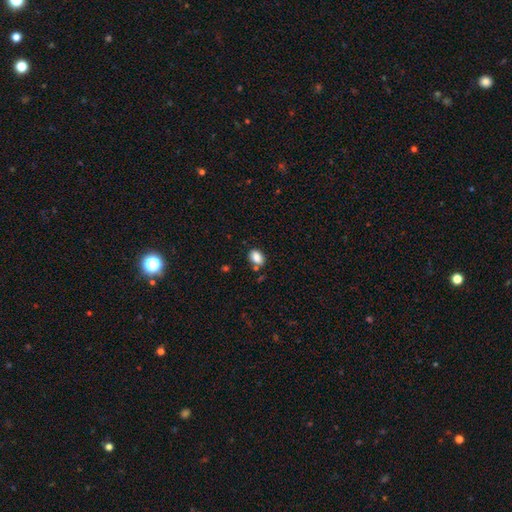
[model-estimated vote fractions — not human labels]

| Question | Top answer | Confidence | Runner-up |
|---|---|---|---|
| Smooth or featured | smooth | 86% | star or artifact (9%) |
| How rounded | in between | 81% | round (18%) |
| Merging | none | 72% | minor disturbance (15%) |